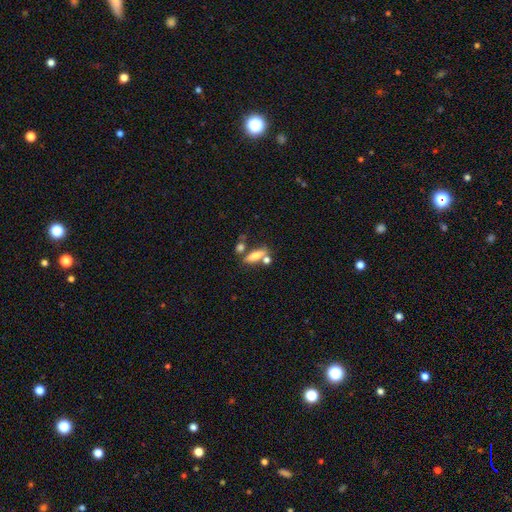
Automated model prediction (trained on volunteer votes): smooth 73%, featured or disk 18%, star or artifact 9%. Down the decision tree: how rounded — cigar-shaped (50%); merging — none (57%).